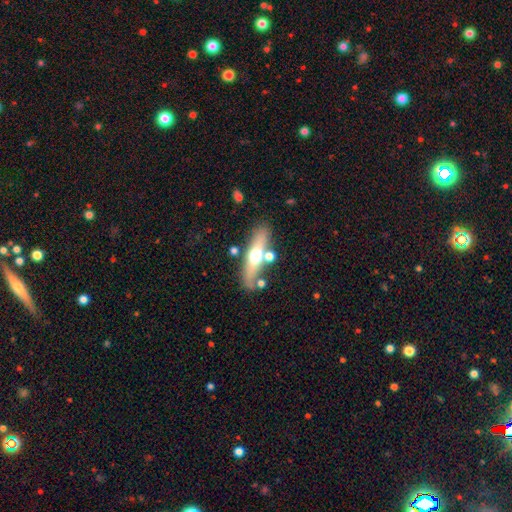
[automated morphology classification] Smooth or featured? Predicted: featured or disk (p=0.51). Edge-on disk? Predicted: yes (p=0.76). Merging? Predicted: none (p=0.74).